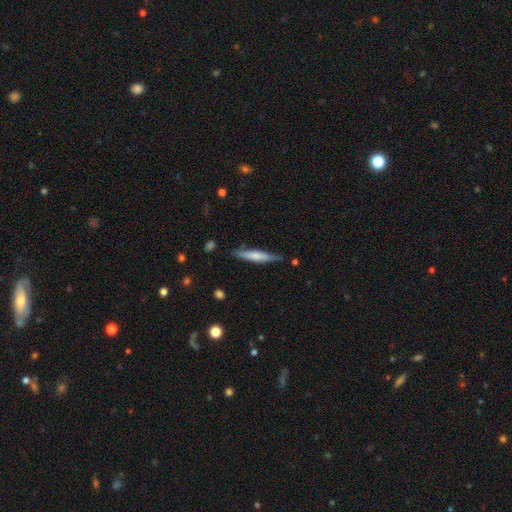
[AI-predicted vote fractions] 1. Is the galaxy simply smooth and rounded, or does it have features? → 58% smooth, 36% featured or disk, 6% star or artifact.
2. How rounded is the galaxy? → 90% cigar-shaped, 8% in between, 1% round.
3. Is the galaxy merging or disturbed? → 81% none, 15% minor disturbance, 3% major disturbance, 2% merger.